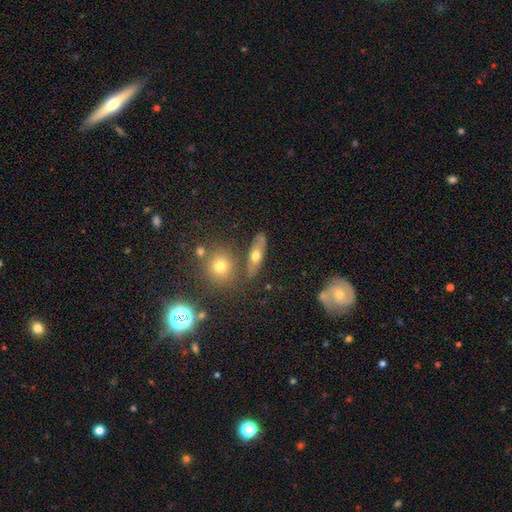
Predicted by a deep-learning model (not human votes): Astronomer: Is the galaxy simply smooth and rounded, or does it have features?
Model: smooth — 58%.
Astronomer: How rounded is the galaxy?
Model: in between — 56% (runner-up: cigar-shaped, 32%).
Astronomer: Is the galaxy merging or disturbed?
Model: none — 75%.